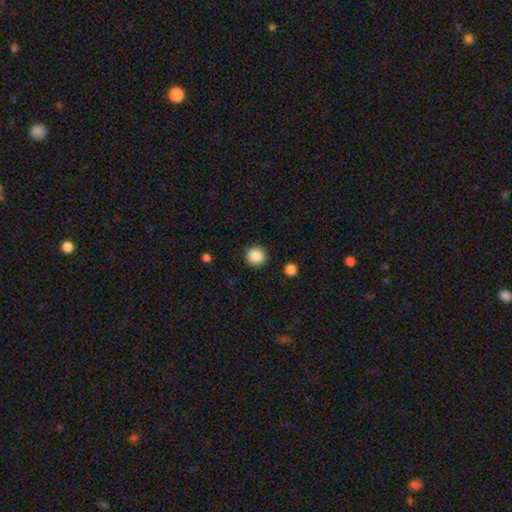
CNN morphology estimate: This appears to be a smooth galaxy with no disk features (87%) that is round (96%). Merging: none (92%).